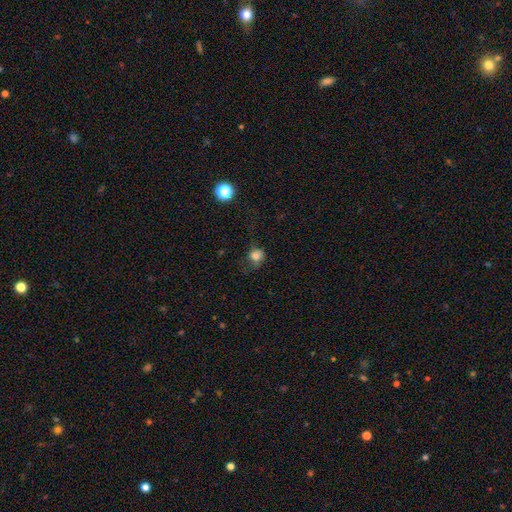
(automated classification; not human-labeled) smooth_or_featured: smooth (p=0.78) [alt: star or artifact p=0.13]
how_rounded: round (p=0.74) [alt: in between p=0.25]
merging: none (p=0.49) [alt: minor disturbance p=0.27]